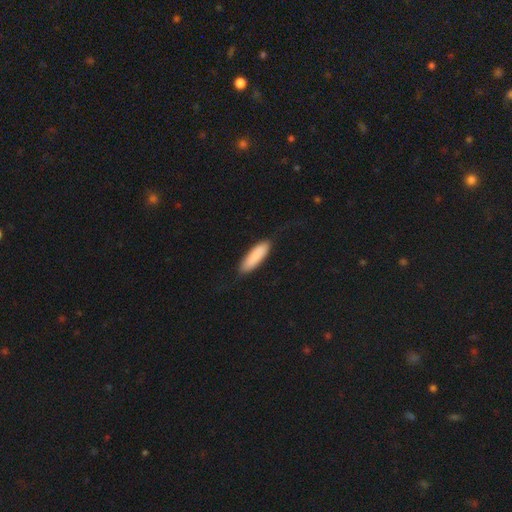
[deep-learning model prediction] Overall: smooth (87%). How rounded: cigar-shaped (53%; in between 45%). Merging: none (83%).